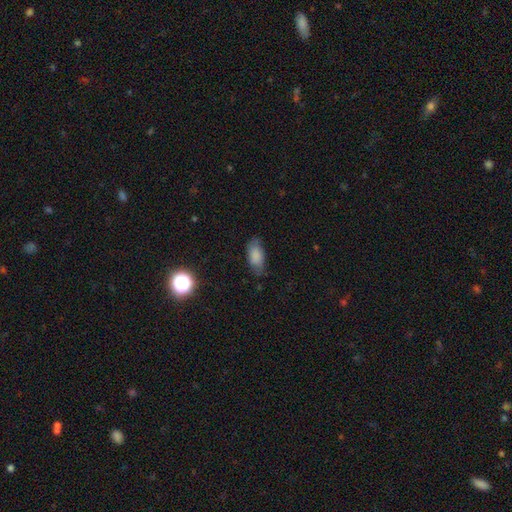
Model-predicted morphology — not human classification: smooth_or_featured: smooth (p=0.82) [alt: featured or disk p=0.10]
how_rounded: in between (p=0.89) [alt: cigar-shaped p=0.07]
merging: none (p=0.70) [alt: minor disturbance p=0.23]